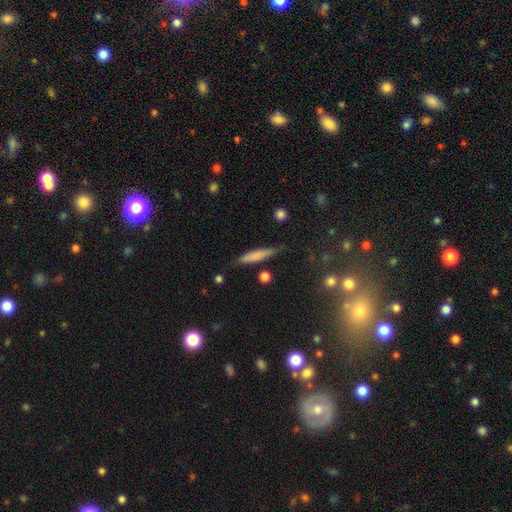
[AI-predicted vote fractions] Overall: smooth (73%). How rounded: cigar-shaped (89%). Merging: none (79%).